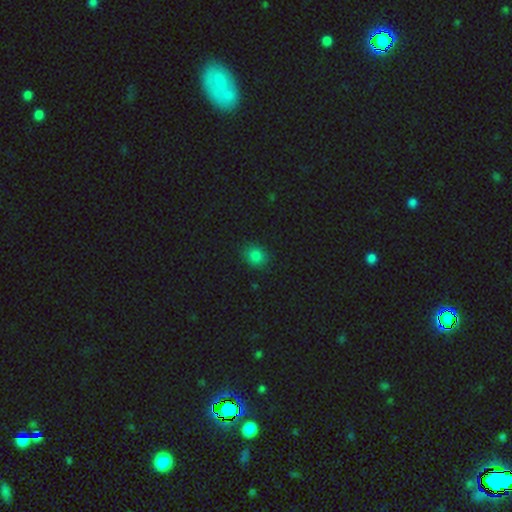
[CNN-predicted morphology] Q: Smooth or featured?
A: smooth (82%); runner-up: star or artifact (14%)
Q: How rounded?
A: round (68%); runner-up: in between (31%)
Q: Merging?
A: none (86%); runner-up: minor disturbance (10%)